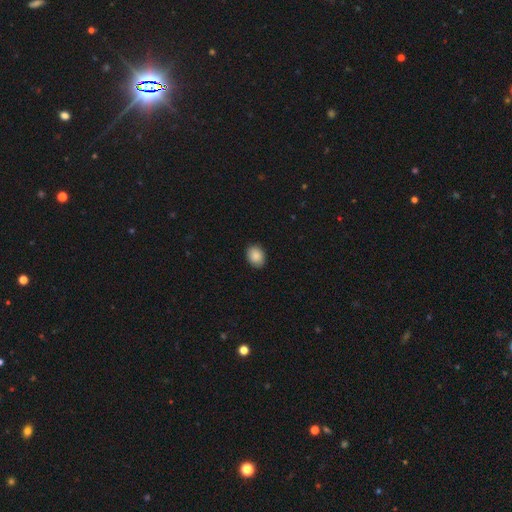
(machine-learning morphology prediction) smooth 89%, star or artifact 7%, featured or disk 4%. Down the decision tree: how rounded — in between (62%); merging — none (89%).